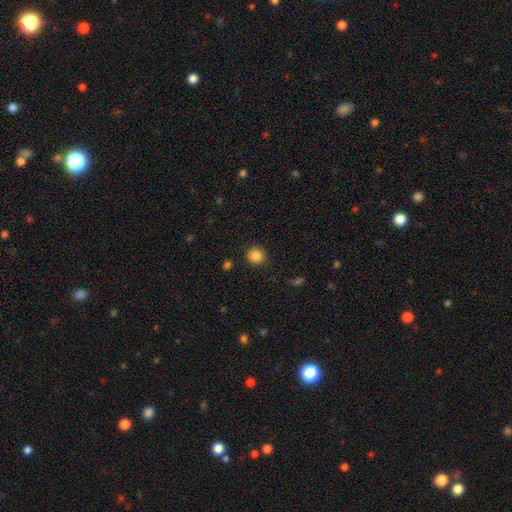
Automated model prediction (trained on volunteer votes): Morphology: type=smooth (86%); roundness=round (88%); merging=none (89%).